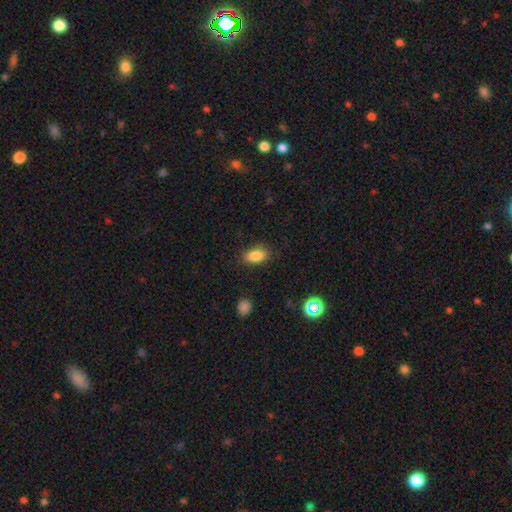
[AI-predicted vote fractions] Overall: smooth (85%). How rounded: in between (89%). Merging: none (85%).